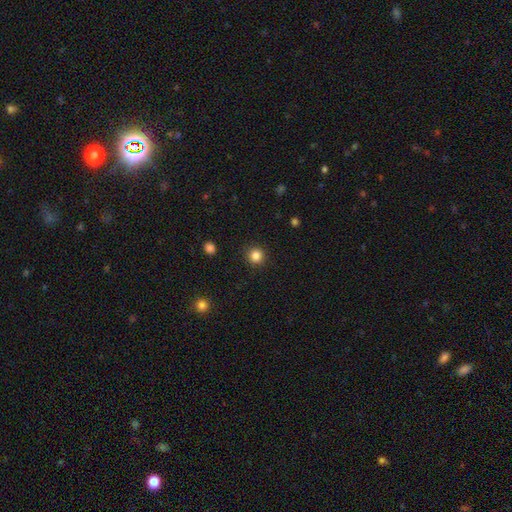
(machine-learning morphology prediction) Smooth or featured: smooth — 85% (star or artifact — 11%)
How rounded: round — 94% (in between — 5%)
Merging: none — 91% (minor disturbance — 5%)